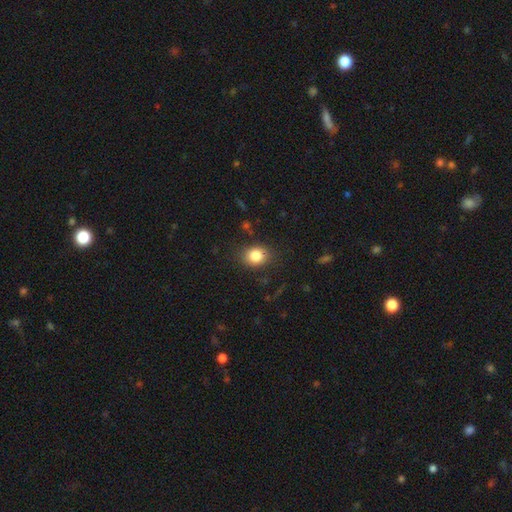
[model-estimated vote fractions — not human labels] The model was most divided on "how rounded": round: 55%, in between: 44%, cigar-shaped: 1%. More confident: merging — none (84%); smooth or featured — smooth (83%).